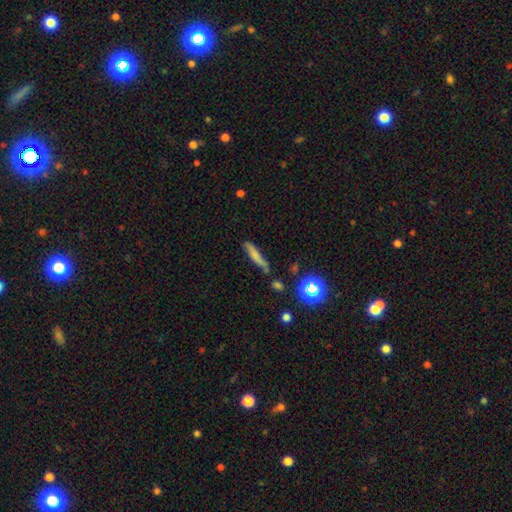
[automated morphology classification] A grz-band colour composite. It shows a smooth galaxy with no disk features (66%) that is cigar-shaped (87%). Merging: none (63%).